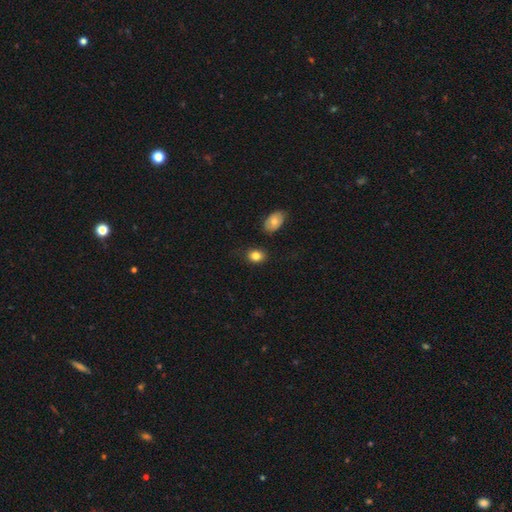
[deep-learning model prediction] Smooth or featured?
  - smooth: 82% *
  - star or artifact: 9%
  - featured or disk: 9%
How rounded?
  - in between: 58% *
  - round: 41%
  - cigar-shaped: 1%
Merging?
  - none: 81% *
  - minor disturbance: 12%
  - merger: 4%
  - major disturbance: 3%